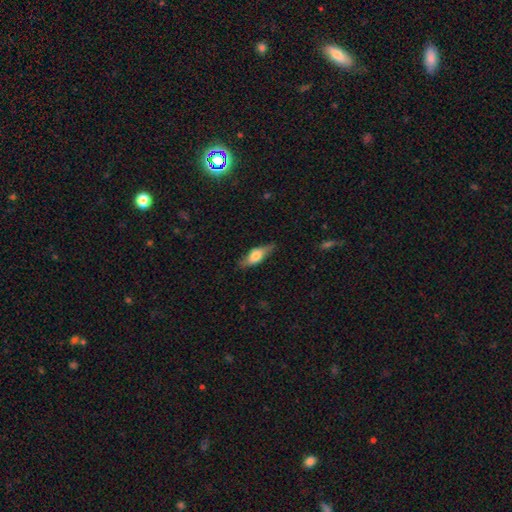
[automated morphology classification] type=smooth (63%); roundness=in between (61%); merging=none (78%).